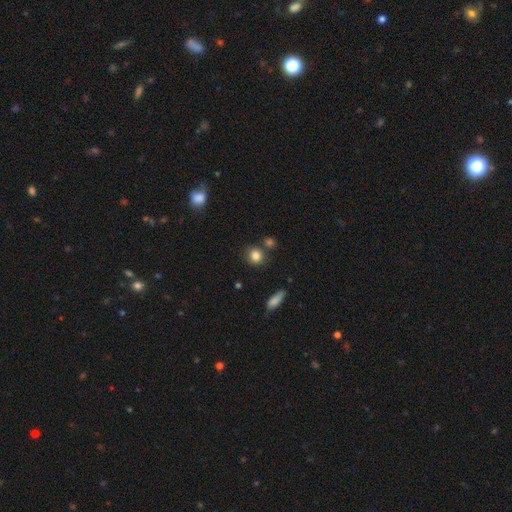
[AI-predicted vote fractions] A smooth galaxy with no disk features (83%) that is round (81%).

Vote fractions:
- Smooth or featured? smooth: 83% / star or artifact: 10% / featured or disk: 6%
- How rounded? round: 81% / in between: 17% / cigar-shaped: 2%
- Merging? none: 73% / merger: 12% / minor disturbance: 11% / major disturbance: 3%